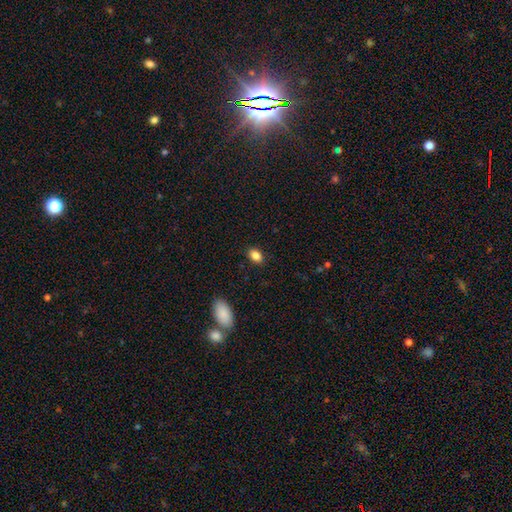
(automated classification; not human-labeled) Morphology: type=smooth (85%); roundness=in between (81%); merging=none (88%).